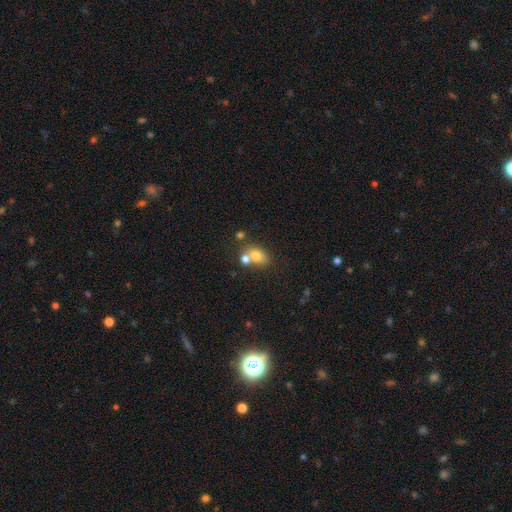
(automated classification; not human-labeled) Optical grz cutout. It shows a smooth galaxy with no disk features (73%) that is in between round and cigar-shaped (68%). Merging: none (44%).